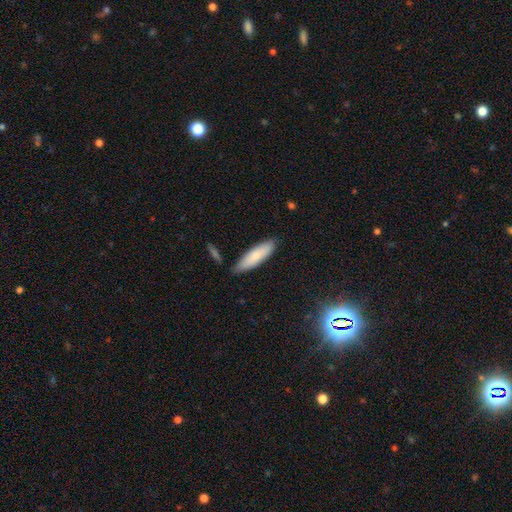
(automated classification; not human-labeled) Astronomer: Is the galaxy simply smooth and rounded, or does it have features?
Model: smooth — 79%.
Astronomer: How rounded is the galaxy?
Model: cigar-shaped — 62%.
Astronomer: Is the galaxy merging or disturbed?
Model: none — 82%.